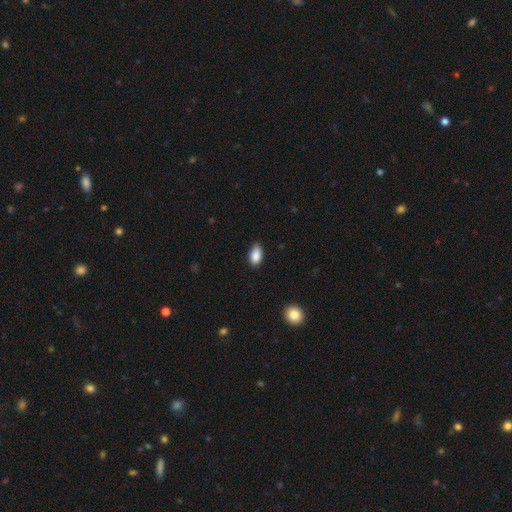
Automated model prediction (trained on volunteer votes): Smooth or featured: smooth — 88% (star or artifact — 8%)
How rounded: in between — 92% (round — 6%)
Merging: none — 78% (minor disturbance — 18%)